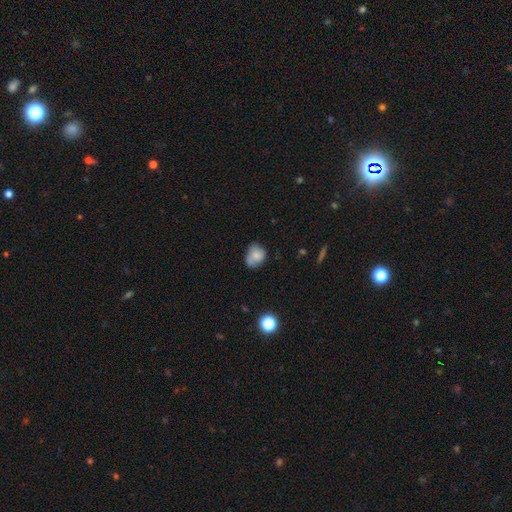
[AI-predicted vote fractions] The model was most divided on "how rounded": round: 50%, in between: 49%, cigar-shaped: 1%. Remaining: smooth or featured — smooth (73%); merging — none (50%).